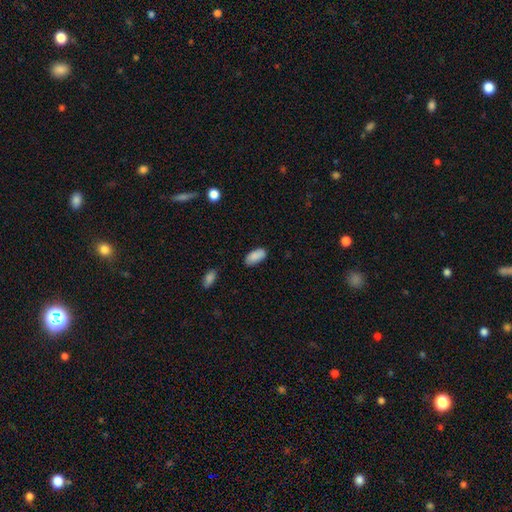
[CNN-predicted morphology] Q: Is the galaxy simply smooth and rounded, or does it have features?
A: smooth — 88%.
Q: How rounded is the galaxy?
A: in between — 93%.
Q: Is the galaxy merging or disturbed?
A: none — 81%.